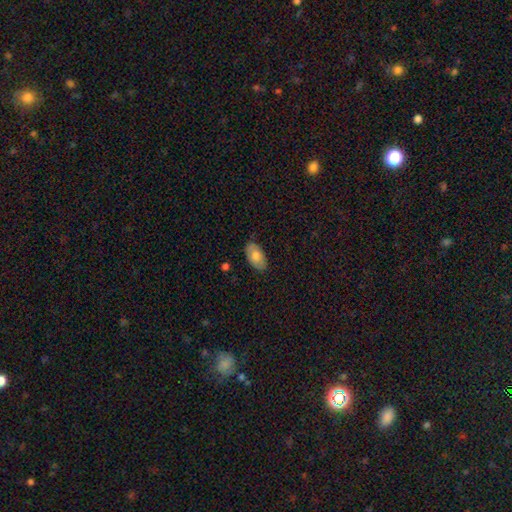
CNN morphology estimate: The model was most divided on "smooth or featured": smooth: 73%, featured or disk: 21%, star or artifact: 6%. More confident: how rounded — in between (94%); merging — none (82%).